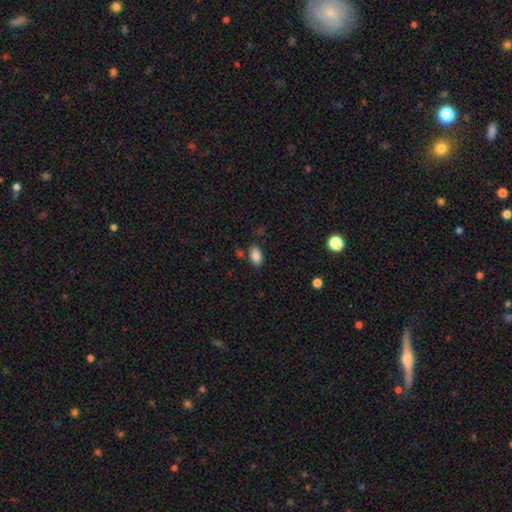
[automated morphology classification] type=smooth (85%); roundness=in between (91%); merging=none (79%).